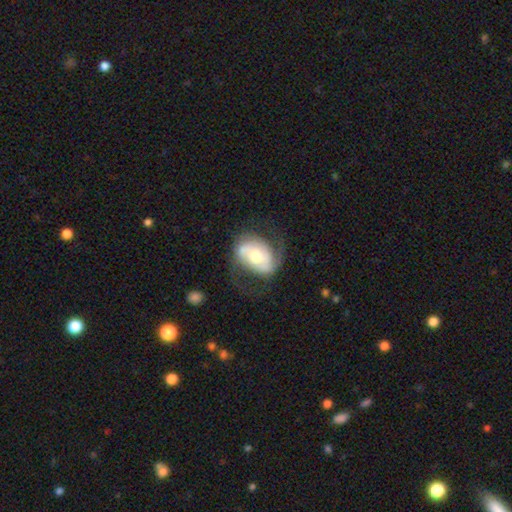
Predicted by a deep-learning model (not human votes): A featured or disk galaxy (70%) with no bar (52%), 2 (80%) medium (43%) spiral arms (86%) and a moderate central bulge (63%).

Vote fractions:
- Smooth or featured? featured or disk: 70% / smooth: 24% / star or artifact: 6%
- Edge-on disk? no: 96% / yes: 4%
- Bar? no: 52% / weak: 32% / strong: 17%
- Spiral arms? yes: 86% / no: 14%
- Spiral winding? medium: 43% / loose: 36% / tight: 21%
- Spiral arm count? 2: 80% / can't tell: 10% / 1: 5% / 3: 2% / 4: 1% / more than 4: 1%
- Bulge size? moderate: 63% / small: 23% / large: 10% / dominant: 2% / none: 1%
- Merging? none: 56% / minor disturbance: 21% / major disturbance: 21% / merger: 2%